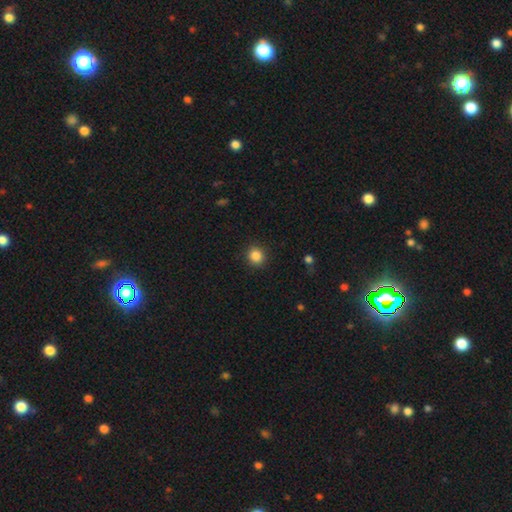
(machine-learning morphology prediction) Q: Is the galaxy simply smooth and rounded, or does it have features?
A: smooth — 86%.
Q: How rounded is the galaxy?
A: round — 89%.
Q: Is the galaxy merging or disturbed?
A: none — 90%.